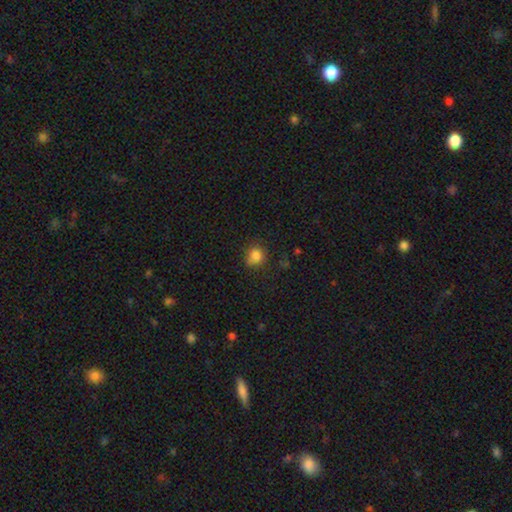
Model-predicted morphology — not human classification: A smooth galaxy with no disk features (82%) that is round (81%). Merging: none (70%).